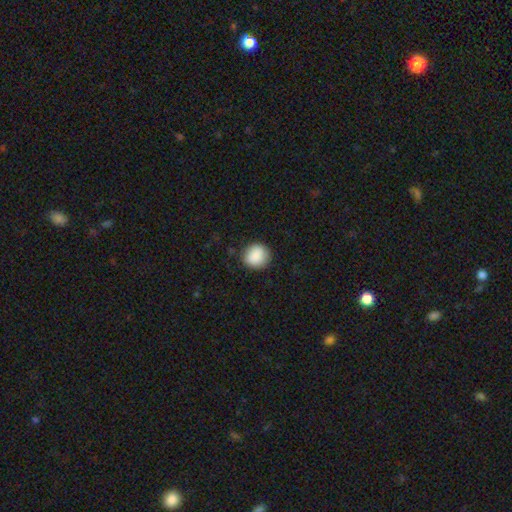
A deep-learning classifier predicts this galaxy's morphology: type=smooth (88%); roundness=round (86%); merging=none (85%).